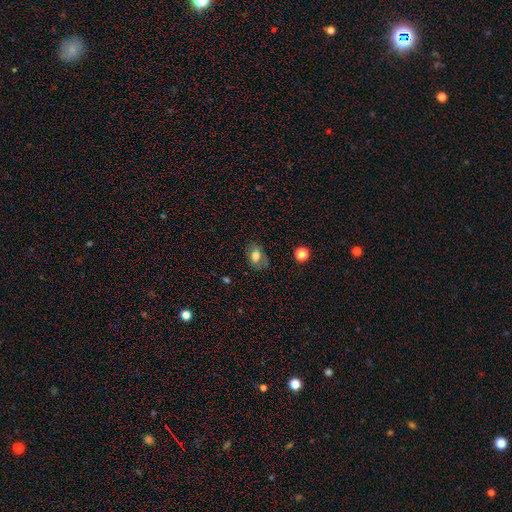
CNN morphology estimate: A smooth galaxy with no disk features (68%) that is in between round and cigar-shaped (72%).

Vote fractions:
- Smooth or featured? smooth: 68% / featured or disk: 20% / star or artifact: 12%
- How rounded? in between: 72% / round: 27% / cigar-shaped: 1%
- Merging? none: 67% / minor disturbance: 22% / major disturbance: 9% / merger: 2%